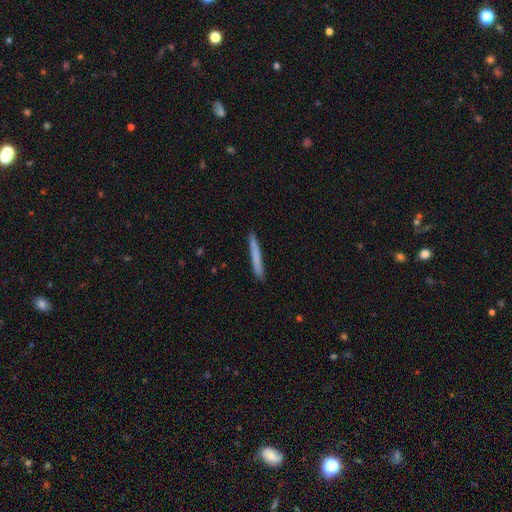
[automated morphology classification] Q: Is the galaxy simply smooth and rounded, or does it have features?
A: smooth — 72%.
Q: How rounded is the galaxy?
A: cigar-shaped — 97%.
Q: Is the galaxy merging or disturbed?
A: none — 89%.